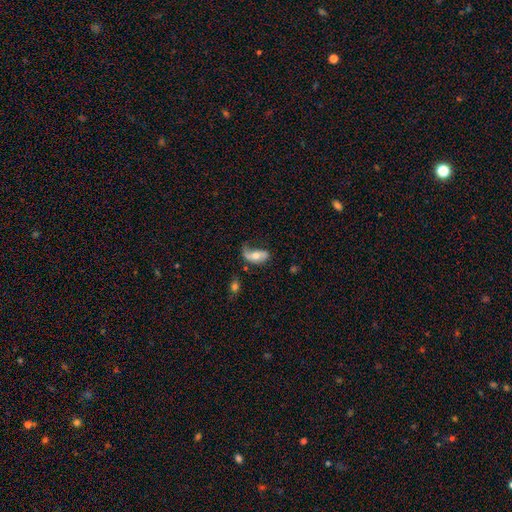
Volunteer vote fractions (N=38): Smooth or featured? smooth (66%)
How rounded? in between (92%)
Merging? minor disturbance (49%)